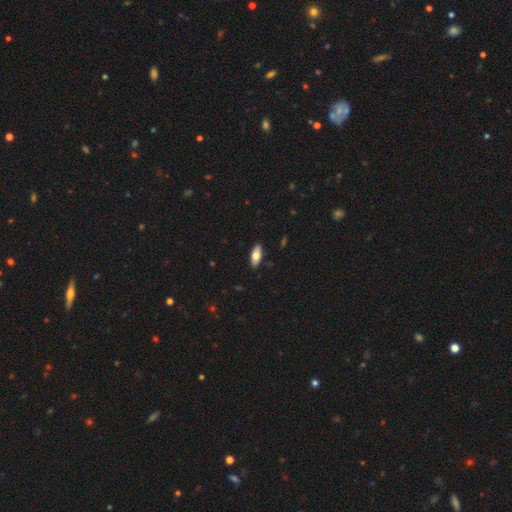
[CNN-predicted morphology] This is likely a smooth galaxy (69%). How rounded: clearly in between (81%). Merging: clearly none (89%).